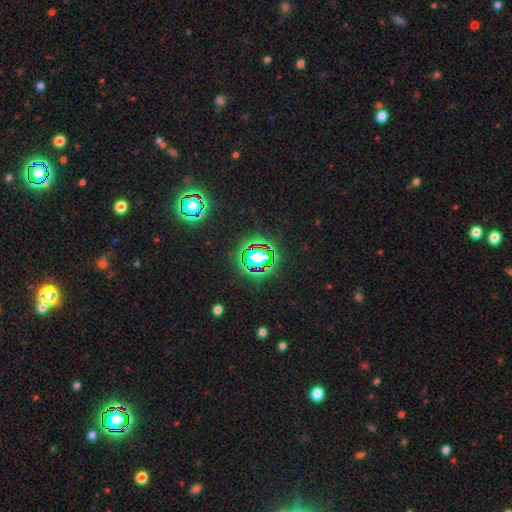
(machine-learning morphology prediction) This appears to be a star or artifact, not a galaxy (68%).